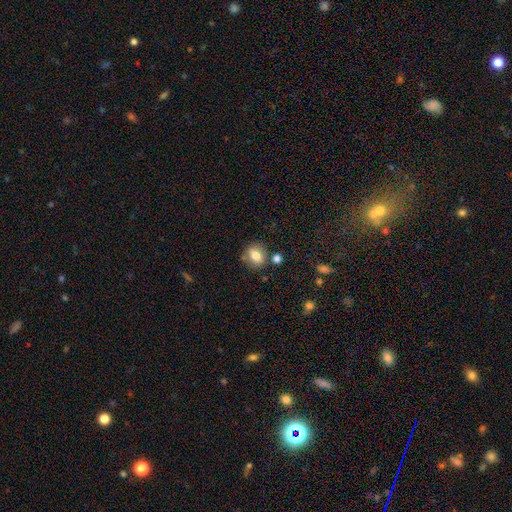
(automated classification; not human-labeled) smooth-or-featured: smooth: 75% | featured or disk: 15% | star or artifact: 10%
  how-rounded: round: 56% | in between: 42% | cigar-shaped: 2%
  merging: none: 74% | minor disturbance: 14% | merger: 9% | major disturbance: 4%